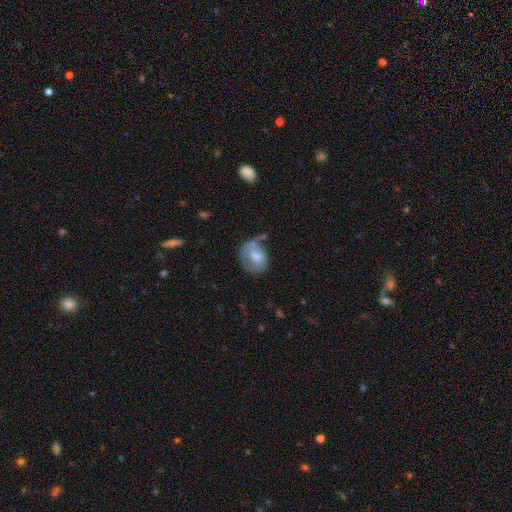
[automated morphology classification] smooth_or_featured: smooth (p=0.58) [alt: featured or disk p=0.34]
how_rounded: in between (p=0.50) [alt: round p=0.49]
merging: none (p=0.38) [alt: minor disturbance p=0.29]